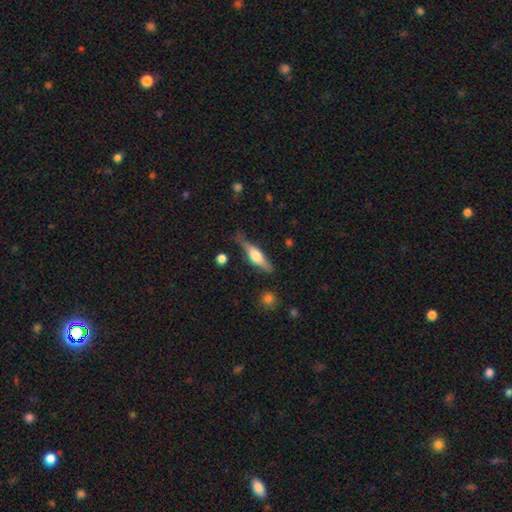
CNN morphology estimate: Q: Smooth or featured?
A: featured or disk (53%); runner-up: smooth (41%)
Q: Edge-on disk?
A: yes (93%); runner-up: no (7%)
Q: Merging?
A: none (72%); runner-up: minor disturbance (20%)